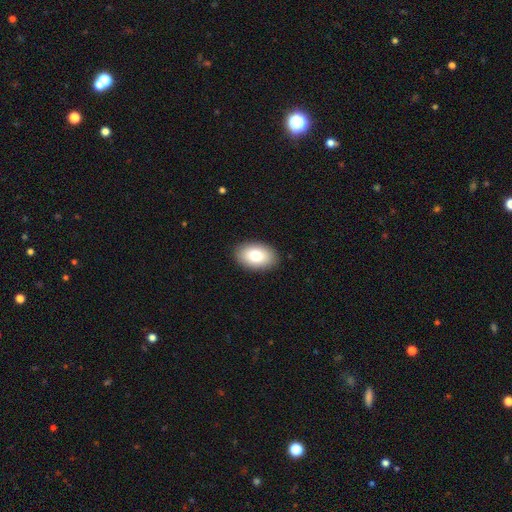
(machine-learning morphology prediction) The model was most divided on "smooth or featured": smooth: 79%, featured or disk: 14%, star or artifact: 8%. More confident: merging — none (90%); how rounded — in between (89%).